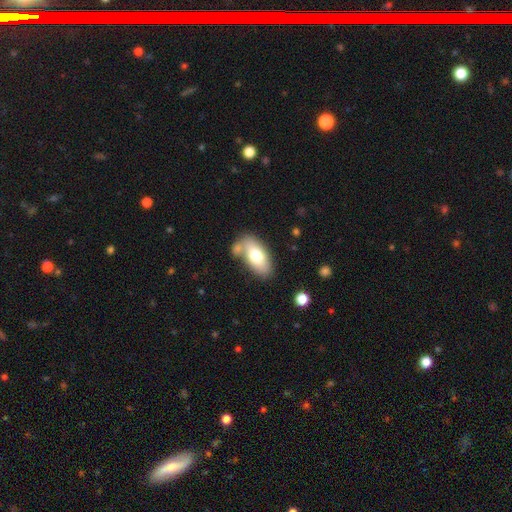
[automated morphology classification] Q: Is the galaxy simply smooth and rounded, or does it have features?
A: smooth — 72%.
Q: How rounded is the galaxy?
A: in between — 91%.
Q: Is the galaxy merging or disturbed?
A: none — 59%.